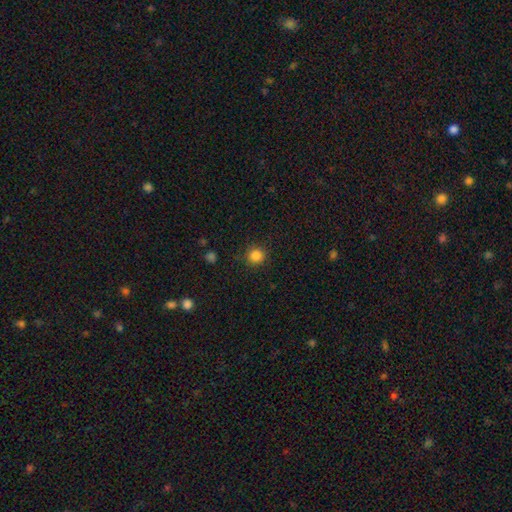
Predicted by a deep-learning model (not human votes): smooth 84%, star or artifact 12%, featured or disk 4%. Down the decision tree: how rounded — round (93%); merging — none (89%).